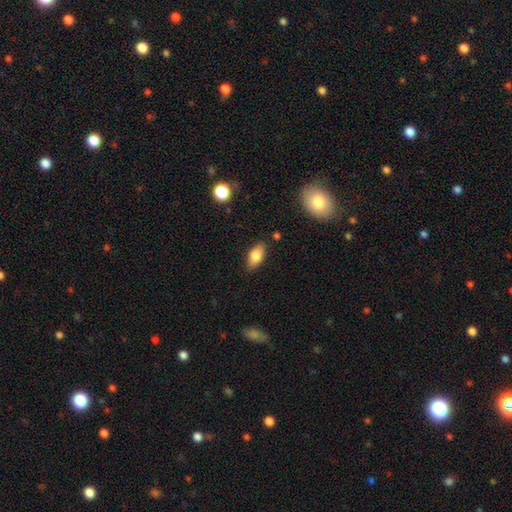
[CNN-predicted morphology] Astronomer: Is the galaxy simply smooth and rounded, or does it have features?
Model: smooth — 80%.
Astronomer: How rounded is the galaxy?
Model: in between — 89%.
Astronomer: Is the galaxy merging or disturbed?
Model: none — 83%.